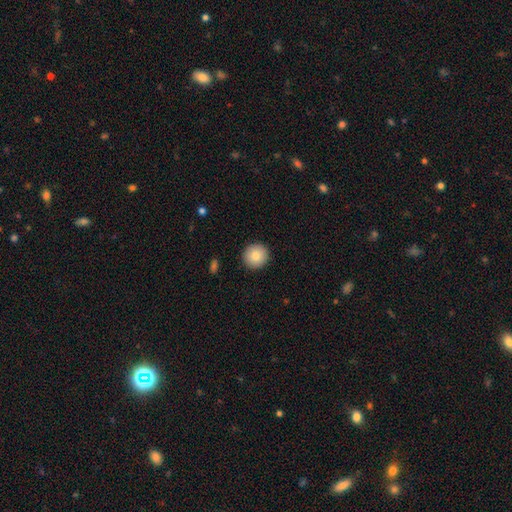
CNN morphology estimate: This appears to be a smooth galaxy with no disk features (81%) that is round (93%). Merging: none (92%).